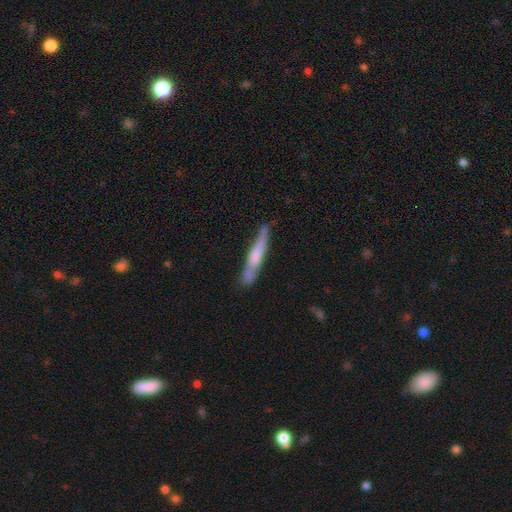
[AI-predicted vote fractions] Overall: smooth (53%; featured or disk 42%). How rounded: cigar-shaped (92%). Merging: none (67%).